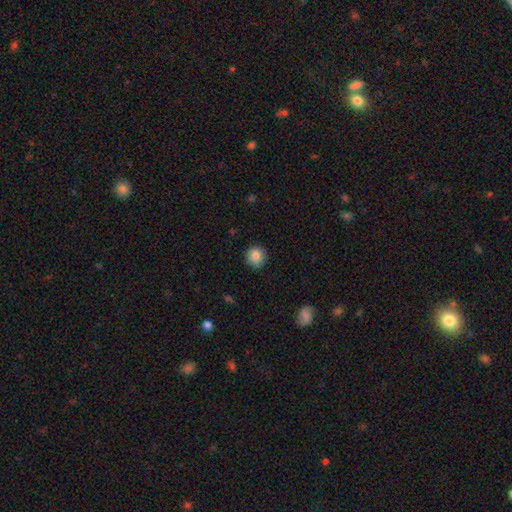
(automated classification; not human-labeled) Smooth or featured?
  - smooth: 84% *
  - star or artifact: 9%
  - featured or disk: 7%
How rounded?
  - round: 92% *
  - in between: 7%
  - cigar-shaped: 1%
Merging?
  - none: 90% *
  - minor disturbance: 7%
  - major disturbance: 2%
  - merger: 1%